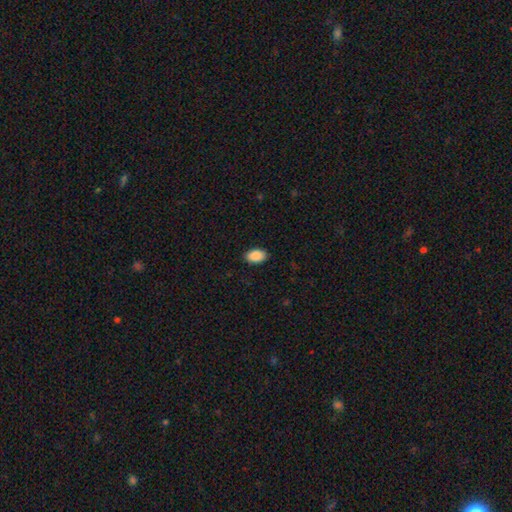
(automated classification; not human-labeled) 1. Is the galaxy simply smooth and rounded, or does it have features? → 90% smooth, 7% star or artifact, 4% featured or disk.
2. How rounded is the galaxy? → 92% in between, 7% round, 1% cigar-shaped.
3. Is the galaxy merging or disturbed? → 89% none, 8% minor disturbance, 2% major disturbance, 1% merger.